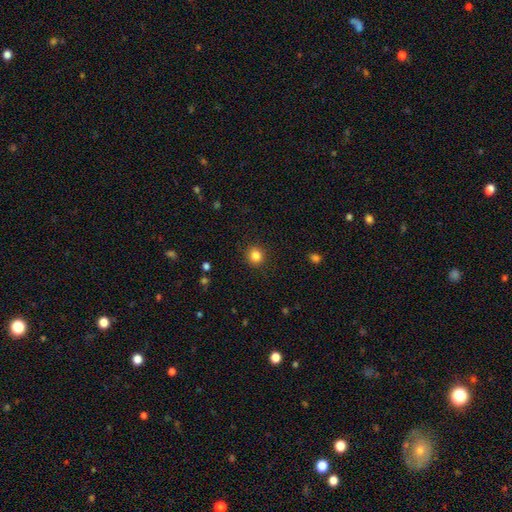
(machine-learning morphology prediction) This is clearly a smooth galaxy (84%). How rounded: clearly round (90%). Merging: clearly none (90%).